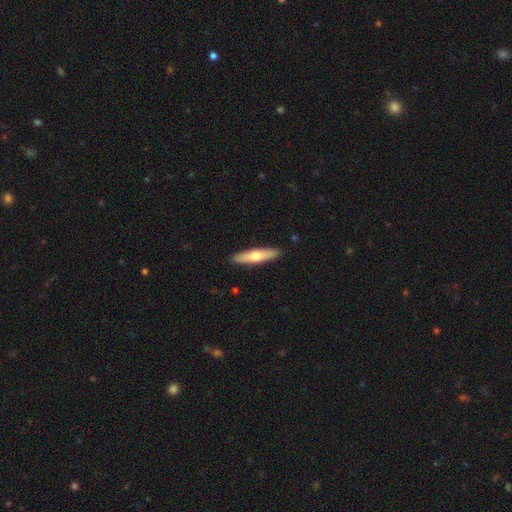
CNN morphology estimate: This is possibly a smooth galaxy (58%). How rounded: likely cigar-shaped (76%). Merging: clearly none (90%).